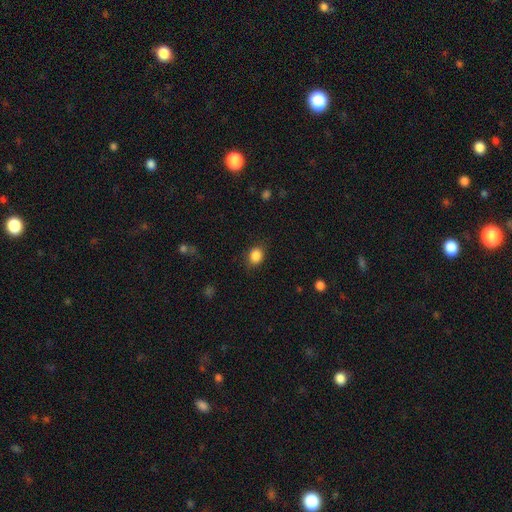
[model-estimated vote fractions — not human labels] The model was most divided on "how rounded": round: 50%, in between: 49%, cigar-shaped: 1%. More confident: smooth or featured — smooth (87%); merging — none (82%).